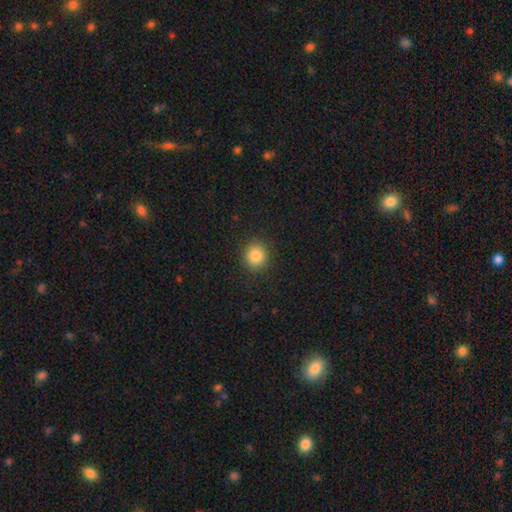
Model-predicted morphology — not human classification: smooth-or-featured: smooth: 85% | star or artifact: 10% | featured or disk: 5%
  how-rounded: round: 88% | in between: 11% | cigar-shaped: 1%
  merging: none: 91% | minor disturbance: 6% | major disturbance: 2% | merger: 1%